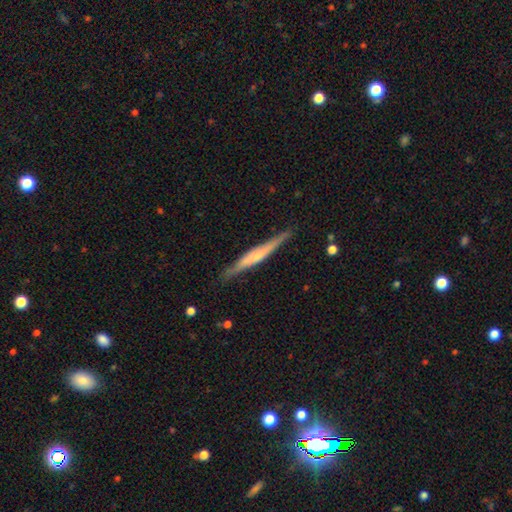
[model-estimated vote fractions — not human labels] The model was most divided on "edge-on bulge": rounded: 43%, none: 35%, boxy: 22%. More confident: edge-on disk — yes (97%); merging — none (87%); smooth or featured — featured or disk (57%).